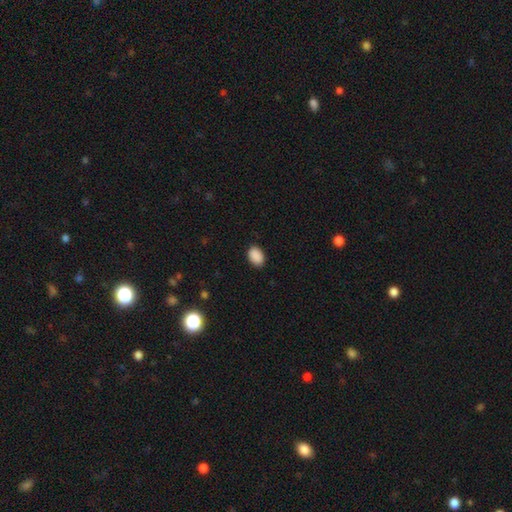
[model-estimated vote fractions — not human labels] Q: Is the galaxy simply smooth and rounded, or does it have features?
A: smooth — 90%.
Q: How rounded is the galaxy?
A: in between — 81%.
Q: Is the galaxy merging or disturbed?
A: none — 87%.